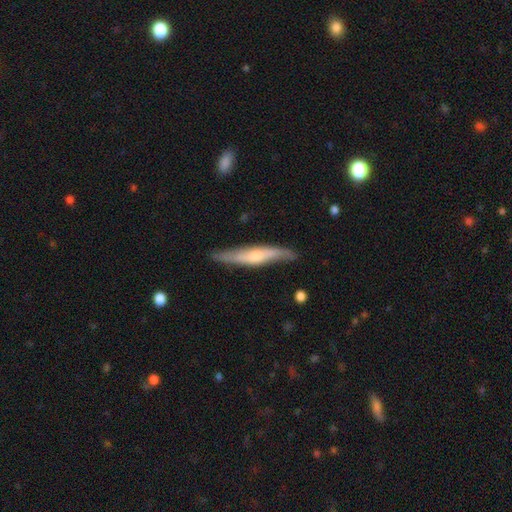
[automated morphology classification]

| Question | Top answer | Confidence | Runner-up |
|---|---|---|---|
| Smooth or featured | featured or disk | 57% | smooth (38%) |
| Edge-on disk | yes | 78% | no (22%) |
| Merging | none | 80% | minor disturbance (15%) |